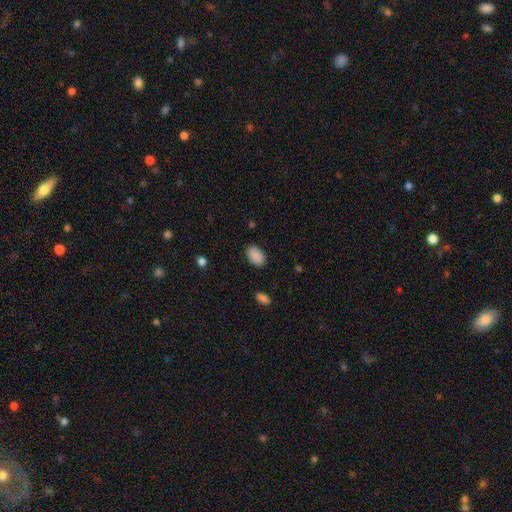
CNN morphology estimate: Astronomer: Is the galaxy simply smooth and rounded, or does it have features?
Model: smooth — 90%.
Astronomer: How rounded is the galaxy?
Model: in between — 91%.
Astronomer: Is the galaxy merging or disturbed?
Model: none — 87%.